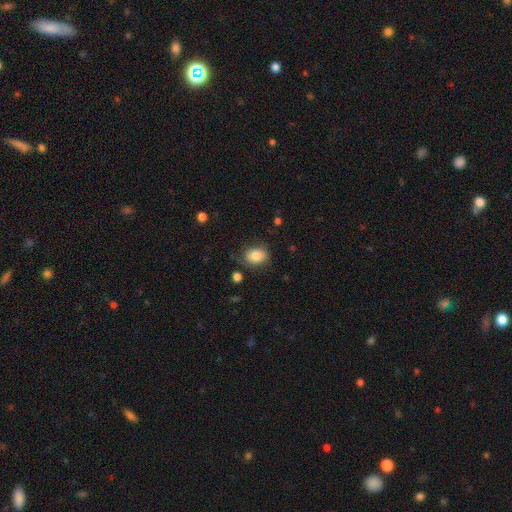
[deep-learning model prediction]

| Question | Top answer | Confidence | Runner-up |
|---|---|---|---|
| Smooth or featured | smooth | 81% | featured or disk (11%) |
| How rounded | in between | 57% | round (42%) |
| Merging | none | 70% | minor disturbance (21%) |